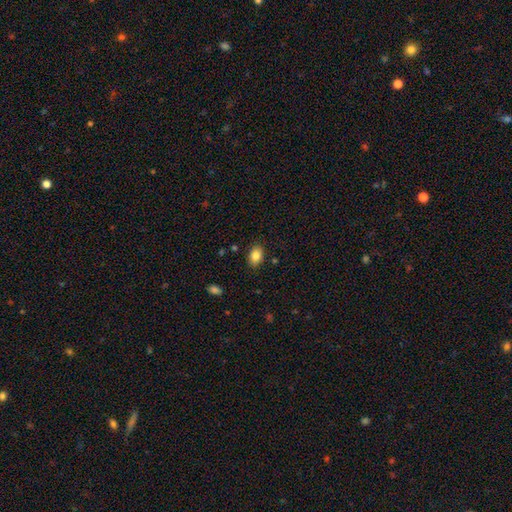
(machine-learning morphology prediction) Q: Smooth or featured?
A: smooth (85%); runner-up: star or artifact (8%)
Q: How rounded?
A: in between (84%); runner-up: round (15%)
Q: Merging?
A: none (86%); runner-up: minor disturbance (10%)